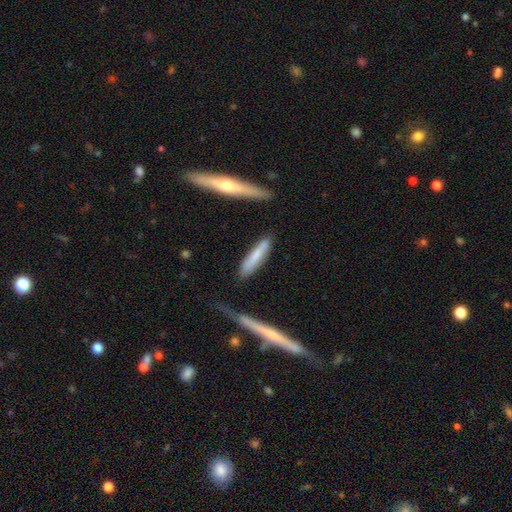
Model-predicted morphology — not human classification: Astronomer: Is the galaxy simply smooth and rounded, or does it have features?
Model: smooth — 65%.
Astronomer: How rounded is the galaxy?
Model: cigar-shaped — 87%.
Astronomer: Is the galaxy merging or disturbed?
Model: none — 80%.